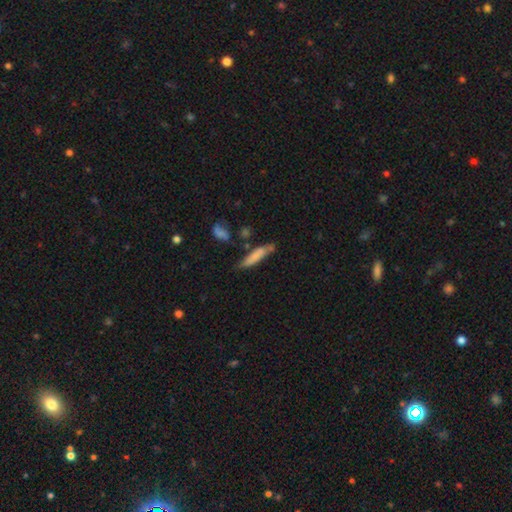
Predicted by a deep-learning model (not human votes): smooth_or_featured: smooth (p=0.73) [alt: featured or disk p=0.21]
how_rounded: cigar-shaped (p=0.81) [alt: in between p=0.17]
merging: none (p=0.64) [alt: minor disturbance p=0.22]